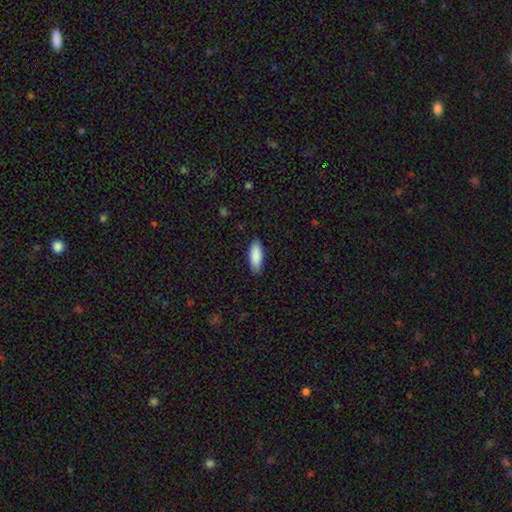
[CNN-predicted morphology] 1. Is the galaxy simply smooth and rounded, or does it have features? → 89% smooth, 6% star or artifact, 5% featured or disk.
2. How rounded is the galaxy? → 72% in between, 27% cigar-shaped, 2% round.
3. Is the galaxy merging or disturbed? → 86% none, 11% minor disturbance, 2% major disturbance, 1% merger.